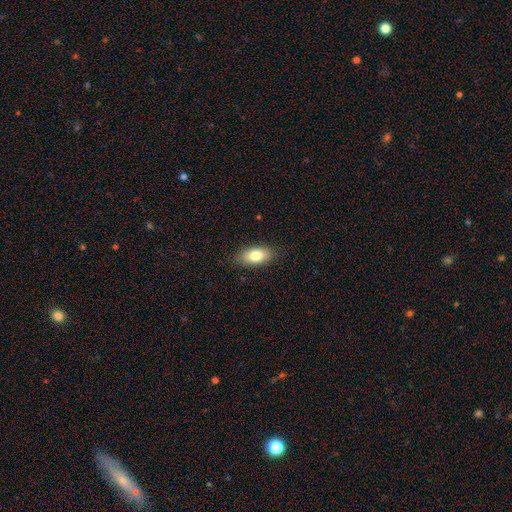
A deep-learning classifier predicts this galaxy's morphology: Smooth or featured? smooth (80%)
How rounded? in between (89%)
Merging? none (85%)